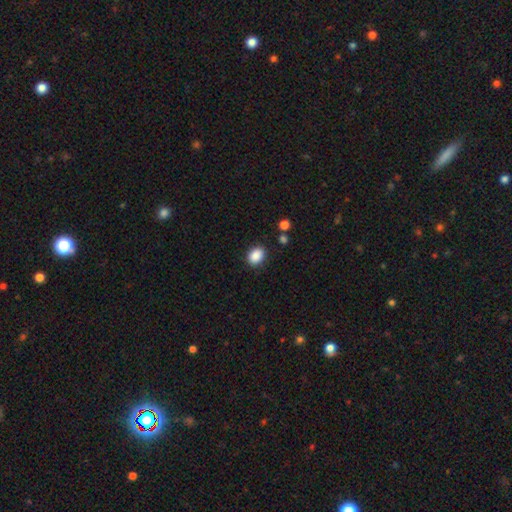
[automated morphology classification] Smooth or featured?
  - smooth: 88% *
  - star or artifact: 9%
  - featured or disk: 3%
How rounded?
  - in between: 67% *
  - round: 32%
  - cigar-shaped: 1%
Merging?
  - none: 86% *
  - minor disturbance: 9%
  - major disturbance: 3%
  - merger: 2%